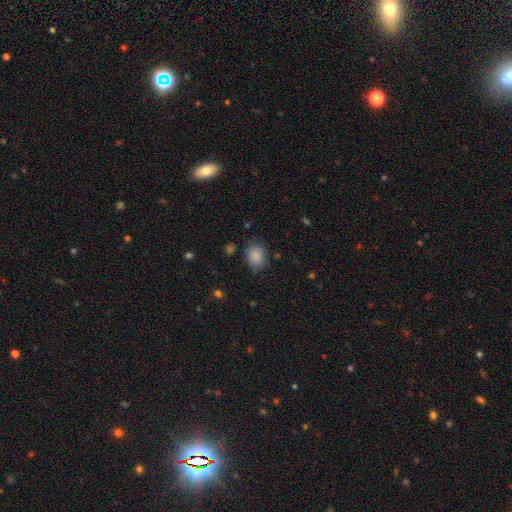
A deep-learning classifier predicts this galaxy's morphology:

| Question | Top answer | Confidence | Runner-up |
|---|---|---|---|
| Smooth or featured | smooth | 86% | star or artifact (9%) |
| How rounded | round | 51% | in between (48%) |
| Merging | none | 77% | minor disturbance (17%) |